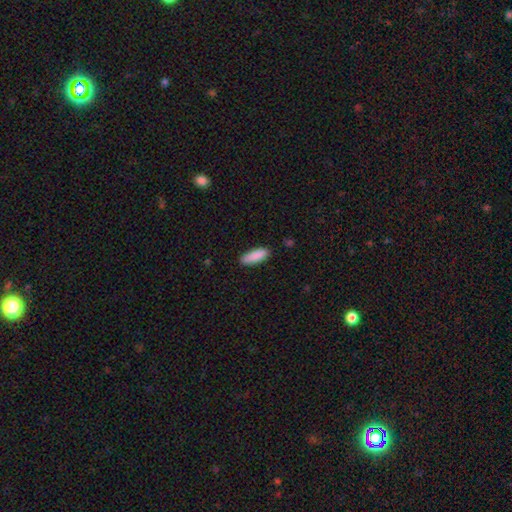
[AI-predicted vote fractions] smooth-or-featured: smooth: 89% | star or artifact: 6% | featured or disk: 5%
  how-rounded: in between: 61% | cigar-shaped: 37% | round: 2%
  merging: none: 85% | minor disturbance: 11% | major disturbance: 2% | merger: 1%